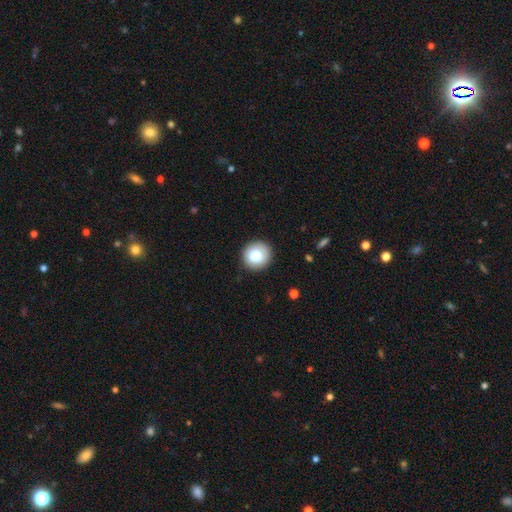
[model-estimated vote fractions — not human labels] Q: Smooth or featured?
A: smooth (82%); runner-up: featured or disk (10%)
Q: How rounded?
A: round (92%); runner-up: in between (7%)
Q: Merging?
A: none (87%); runner-up: minor disturbance (9%)